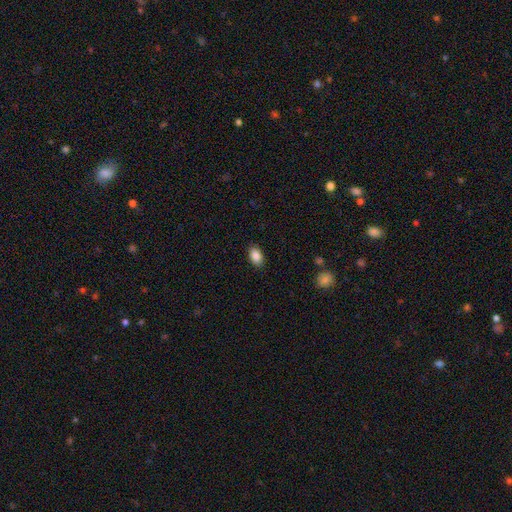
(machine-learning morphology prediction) Smooth or featured? Predicted: smooth (p=0.88). How rounded? Predicted: in between (p=0.87). Merging? Predicted: none (p=0.88).